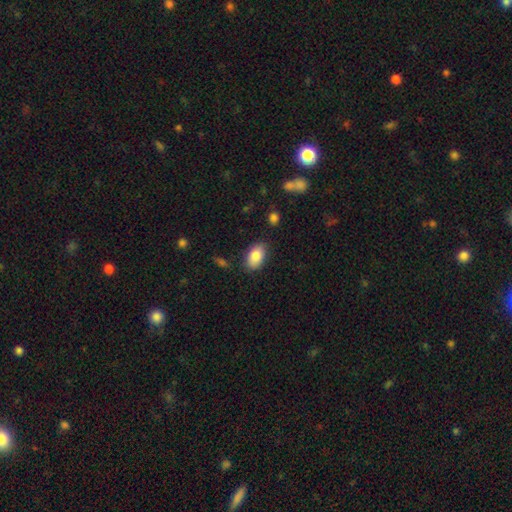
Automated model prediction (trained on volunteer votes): Q: Smooth or featured?
A: smooth (84%); runner-up: featured or disk (9%)
Q: How rounded?
A: in between (91%); runner-up: round (7%)
Q: Merging?
A: none (82%); runner-up: minor disturbance (14%)